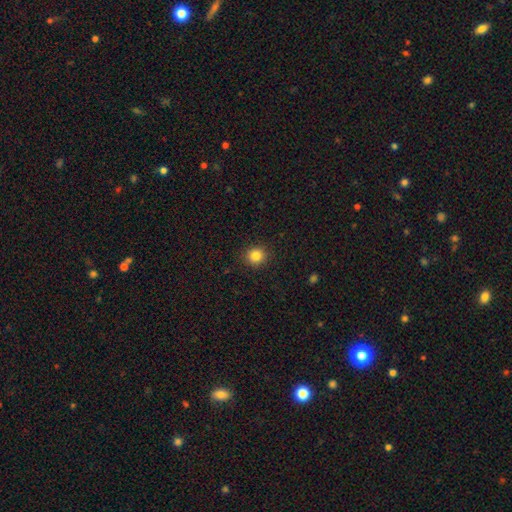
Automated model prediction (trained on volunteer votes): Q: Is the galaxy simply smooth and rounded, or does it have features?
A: smooth — 85%.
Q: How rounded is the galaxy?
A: round — 90%.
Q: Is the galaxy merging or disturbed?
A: none — 91%.